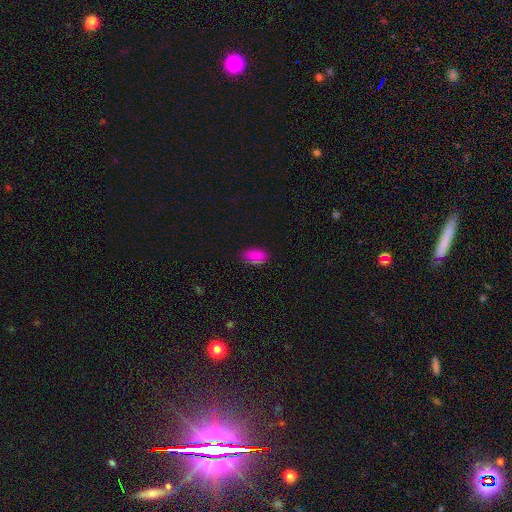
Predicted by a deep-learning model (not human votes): Overall: smooth (78%). How rounded: in between (93%). Merging: none (80%).